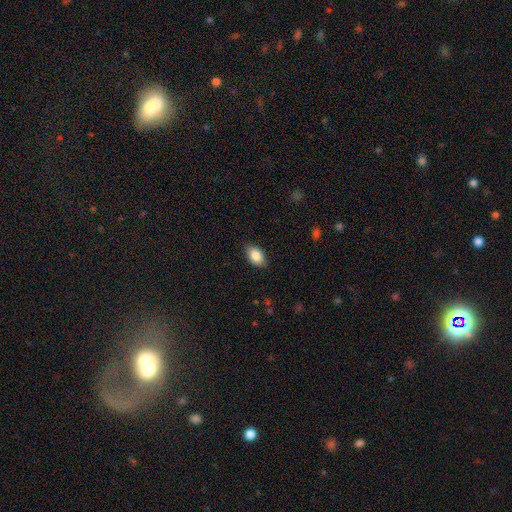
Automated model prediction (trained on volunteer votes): Morphology: type=smooth (87%); roundness=in between (90%); merging=none (83%).